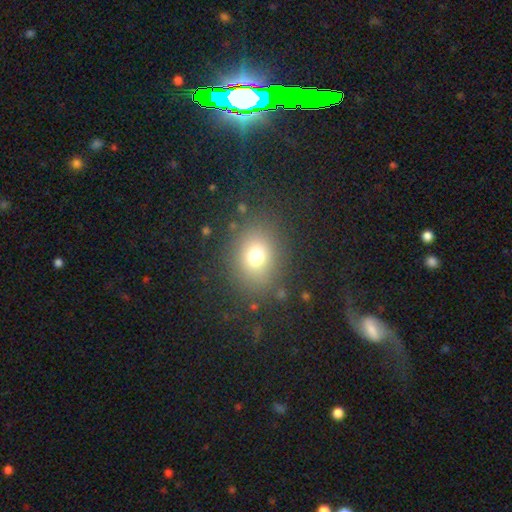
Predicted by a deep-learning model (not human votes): Smooth or featured? smooth (72%)
How rounded? round (53%)
Merging? none (83%)